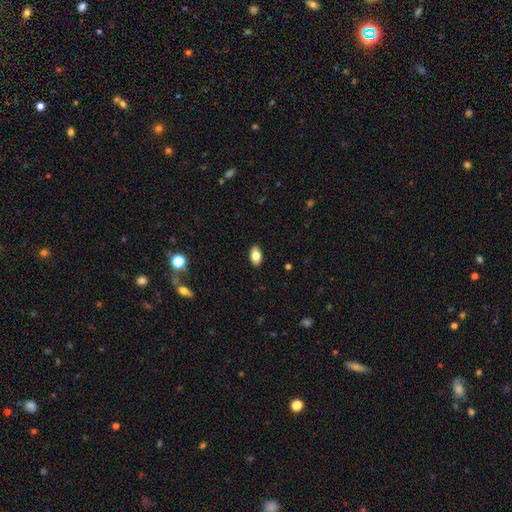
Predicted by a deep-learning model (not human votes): Smooth or featured? smooth (80%)
How rounded? in between (92%)
Merging? none (89%)